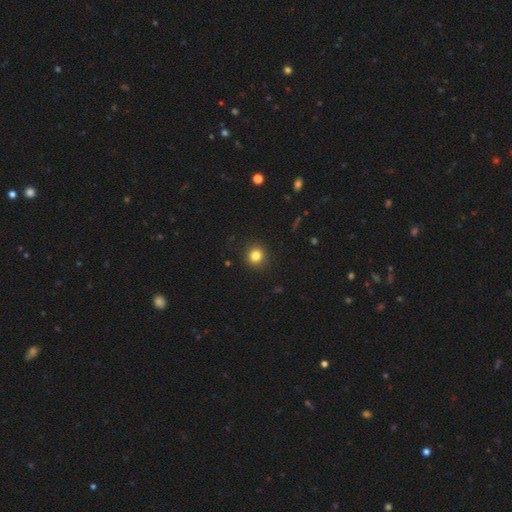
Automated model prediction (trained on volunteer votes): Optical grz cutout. It shows a smooth galaxy with no disk features (83%) that is round (88%). Merging: none (90%).